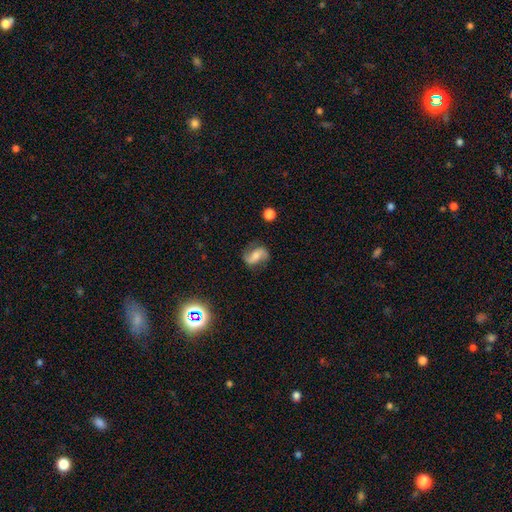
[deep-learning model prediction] featured or disk 70%, smooth 21%, star or artifact 9%. Down the decision tree: edge-on disk — no (96%); bar — no (41%); spiral arms — yes (93%); spiral arm count — 2 (91%); spiral winding — loose (56%); bulge size — moderate (46%); merging — none (76%).